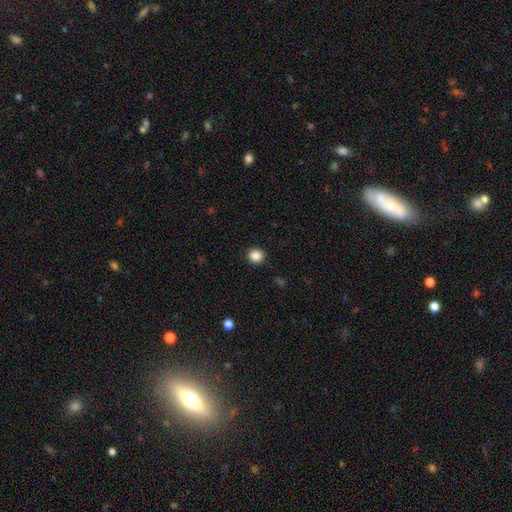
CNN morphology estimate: Overall: smooth (87%). How rounded: round (92%). Merging: none (92%).